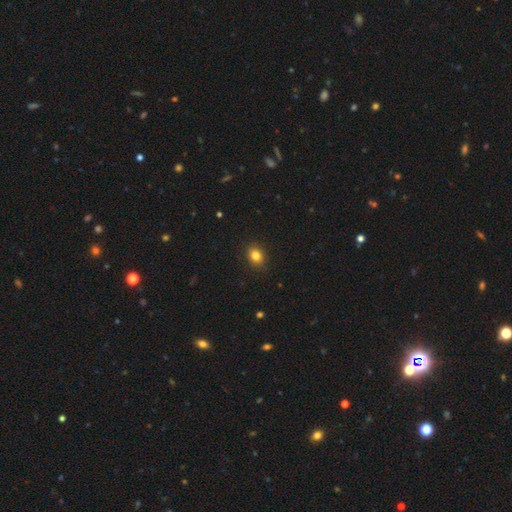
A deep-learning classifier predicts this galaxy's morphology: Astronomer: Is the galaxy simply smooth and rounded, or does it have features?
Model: smooth — 83%.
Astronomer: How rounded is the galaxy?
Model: round — 55% (runner-up: in between, 44%).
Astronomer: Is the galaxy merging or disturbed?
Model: none — 89%.